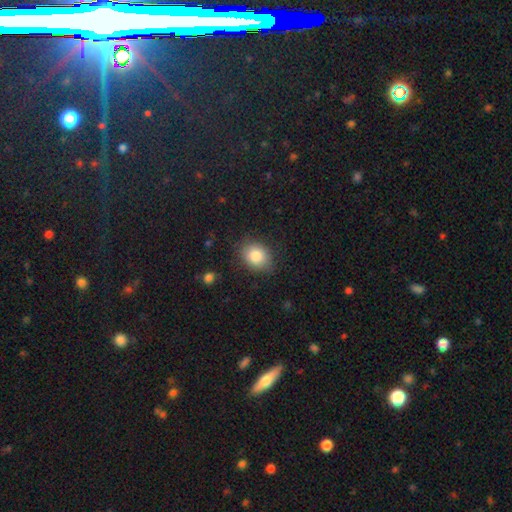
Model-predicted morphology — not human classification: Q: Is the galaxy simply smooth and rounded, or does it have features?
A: smooth — 85%.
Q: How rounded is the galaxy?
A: in between — 51%.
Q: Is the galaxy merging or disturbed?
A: none — 80%.